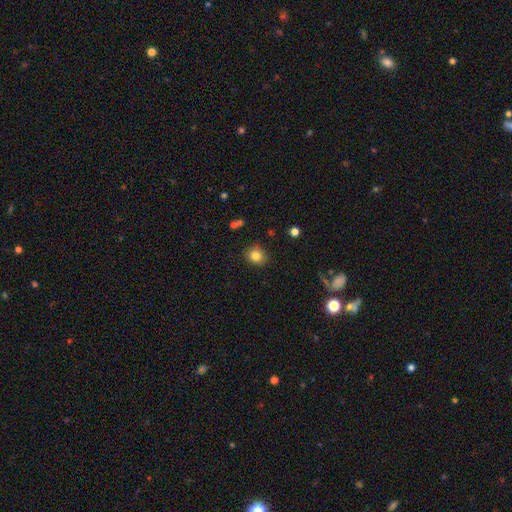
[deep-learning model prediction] Q: Smooth or featured?
A: smooth (82%); runner-up: star or artifact (11%)
Q: How rounded?
A: round (75%); runner-up: in between (24%)
Q: Merging?
A: none (86%); runner-up: minor disturbance (10%)